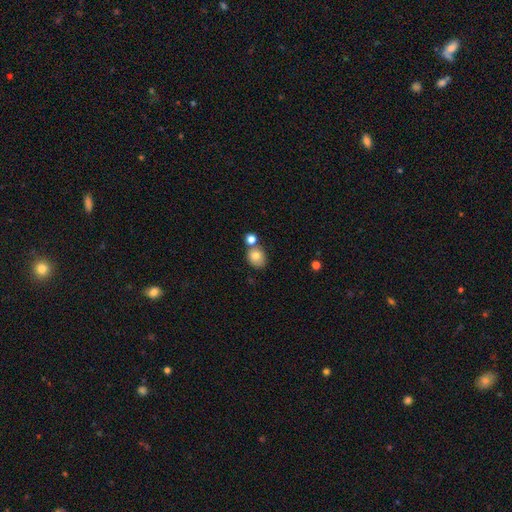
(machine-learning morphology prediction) The model was most divided on "how rounded": round: 63%, in between: 36%, cigar-shaped: 1%. More confident: smooth or featured — smooth (79%); merging — none (59%).